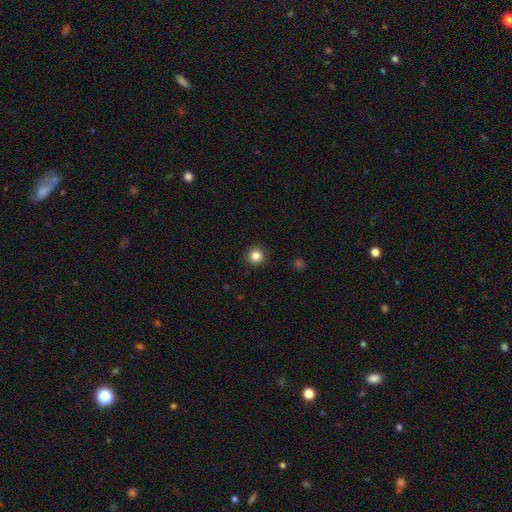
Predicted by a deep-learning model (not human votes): A smooth galaxy with no disk features (84%) that is round (94%).

Vote fractions:
- Smooth or featured? smooth: 84% / star or artifact: 11% / featured or disk: 5%
- How rounded? round: 94% / in between: 5% / cigar-shaped: 1%
- Merging? none: 92% / minor disturbance: 5% / major disturbance: 2% / merger: 1%